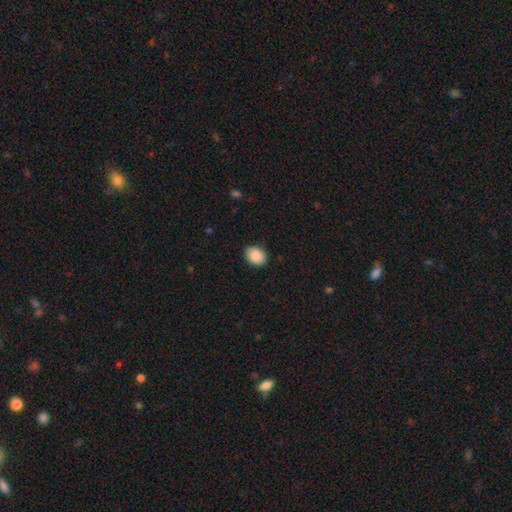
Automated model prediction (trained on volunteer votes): Smooth or featured? Predicted: smooth (p=0.89). How rounded? Predicted: in between (p=0.53). Merging? Predicted: none (p=0.86).